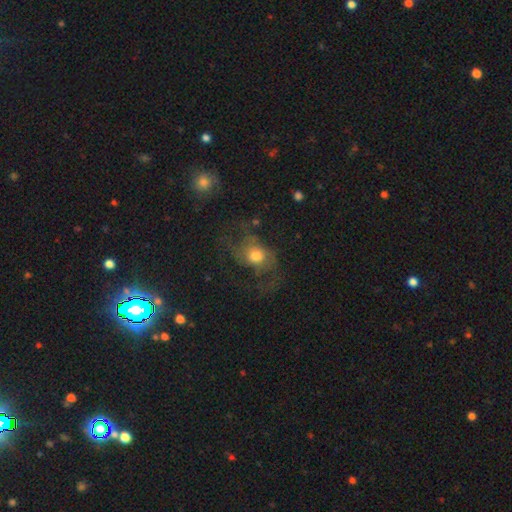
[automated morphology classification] type=smooth (47%); merging=major disturbance (42%).